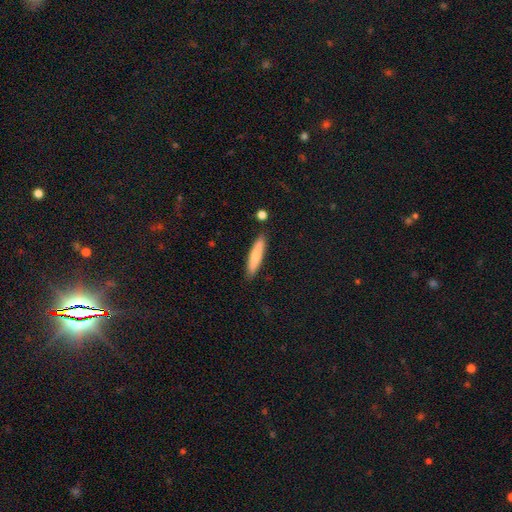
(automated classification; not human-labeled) Smooth or featured? smooth (77%)
How rounded? cigar-shaped (88%)
Merging? none (86%)